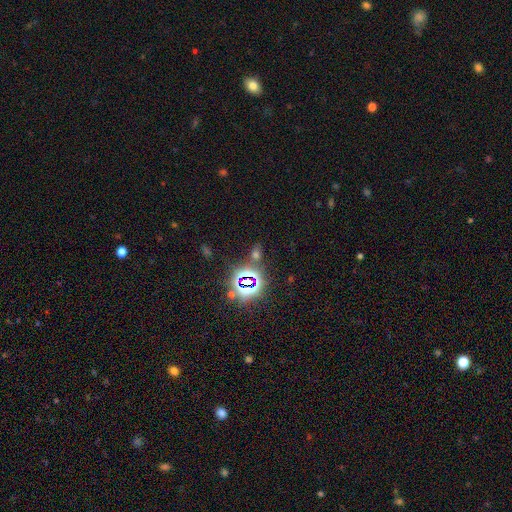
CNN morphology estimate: type=star or artifact (70%).